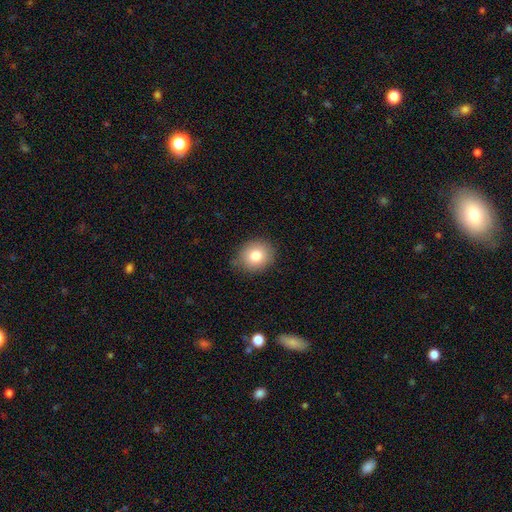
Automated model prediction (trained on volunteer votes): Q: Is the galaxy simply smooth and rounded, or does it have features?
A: smooth — 80%.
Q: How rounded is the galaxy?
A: round — 75%.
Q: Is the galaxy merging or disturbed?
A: none — 81%.